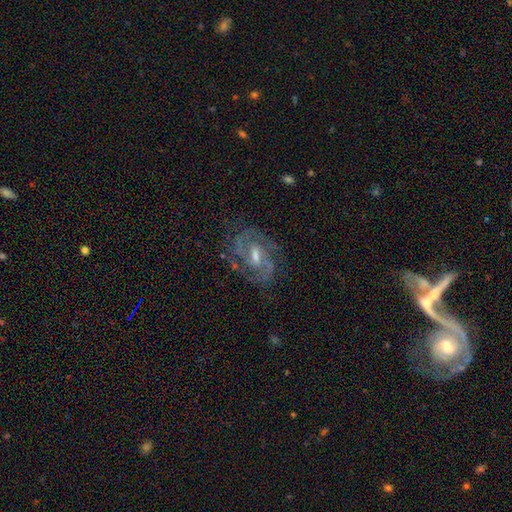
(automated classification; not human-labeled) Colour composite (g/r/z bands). It shows a featured or disk galaxy (88%) with a weak bar (54%), 2 (63%) medium (48%) spiral arms (97%) and a moderate central bulge (52%). Merging: none (74%).